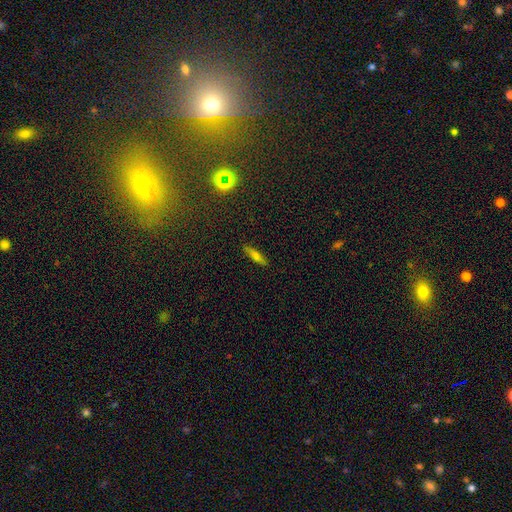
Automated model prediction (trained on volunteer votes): Overall: smooth (61%; featured or disk 28%). How rounded: cigar-shaped (74%). Merging: none (88%).